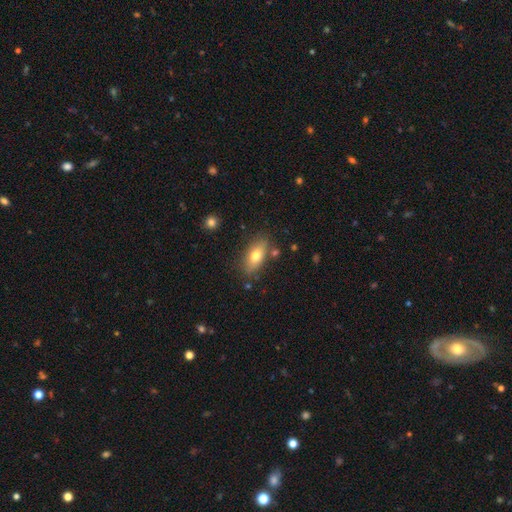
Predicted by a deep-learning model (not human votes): A smooth galaxy with no disk features (70%) that is in between round and cigar-shaped (81%). Merging: none (79%).